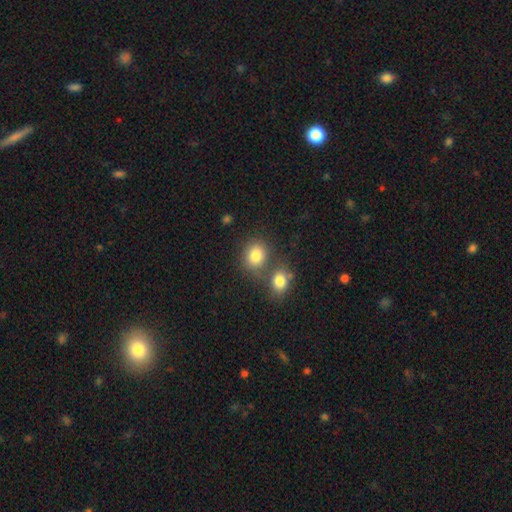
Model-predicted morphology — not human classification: Smooth or featured: smooth — 82% (star or artifact — 11%)
How rounded: round — 67% (in between — 32%)
Merging: none — 56% (merger — 31%)